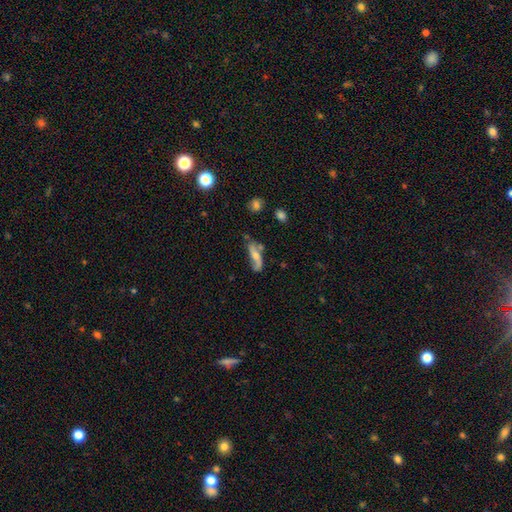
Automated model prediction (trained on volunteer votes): smooth-or-featured: featured or disk: 57% | smooth: 35% | star or artifact: 8%
  disk-edge-on: no: 81% | yes: 19%
  merging: none: 53% | minor disturbance: 25% | major disturbance: 13% | merger: 9%